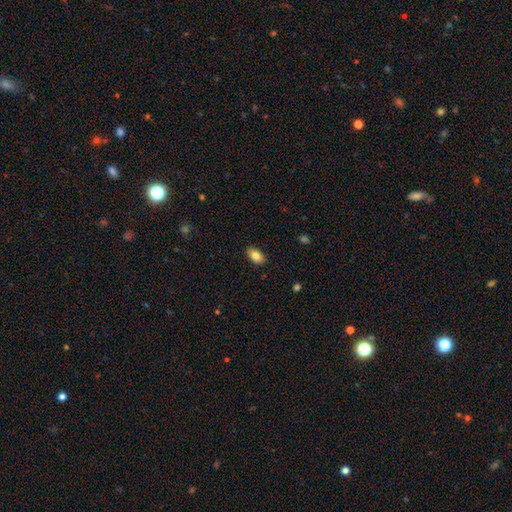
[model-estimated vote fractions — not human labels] A smooth galaxy with no disk features (81%) that is in between round and cigar-shaped (91%). Merging: none (87%).